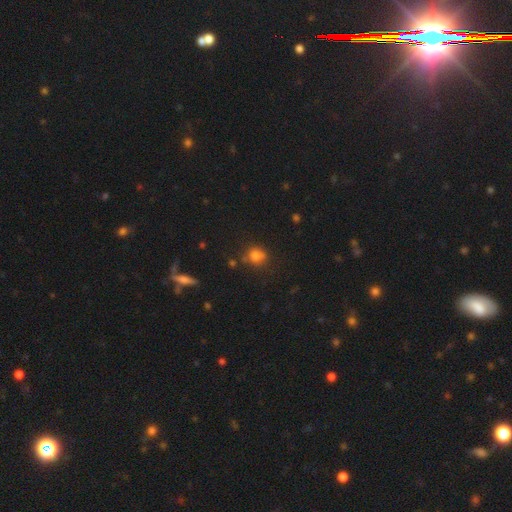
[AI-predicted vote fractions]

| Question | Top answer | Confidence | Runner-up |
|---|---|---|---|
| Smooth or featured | smooth | 77% | star or artifact (15%) |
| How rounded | round | 76% | in between (23%) |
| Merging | none | 68% | minor disturbance (18%) |